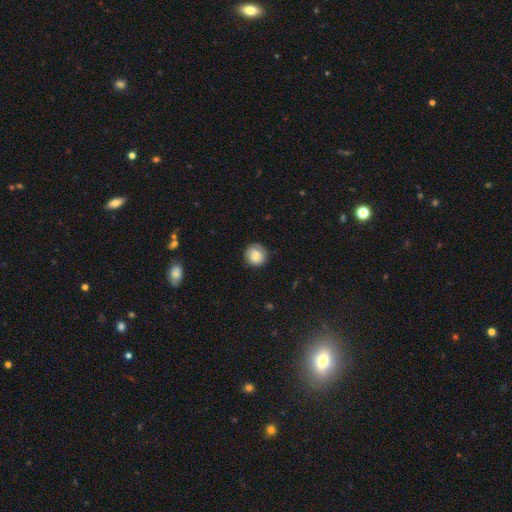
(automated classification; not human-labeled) A smooth galaxy with no disk features (83%) that is round (92%). Merging: none (82%).